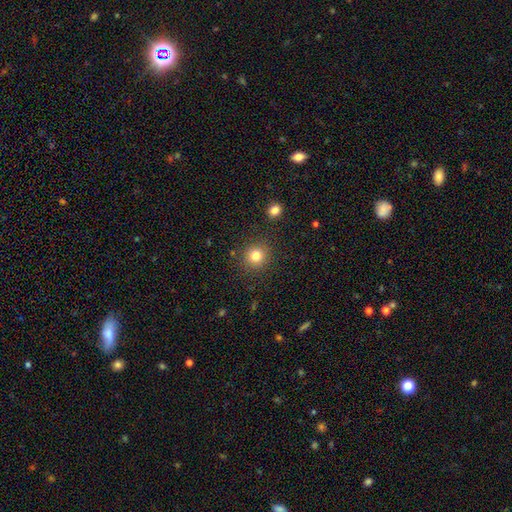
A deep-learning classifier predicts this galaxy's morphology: This appears to be a smooth galaxy with no disk features (81%) that is round (91%). Merging: none (88%).